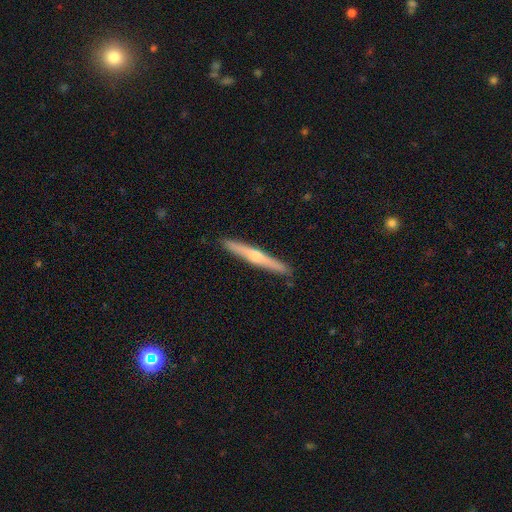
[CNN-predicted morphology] A featured or disk galaxy (67%) viewed edge-on (97%) with a rounded central bulge (84%).

Vote fractions:
- Smooth or featured? featured or disk: 67% / smooth: 27% / star or artifact: 6%
- Edge-on disk? yes: 97% / no: 3%
- Edge-on bulge? rounded: 84% / none: 13% / boxy: 3%
- Merging? none: 91% / minor disturbance: 6% / major disturbance: 1% / merger: 1%